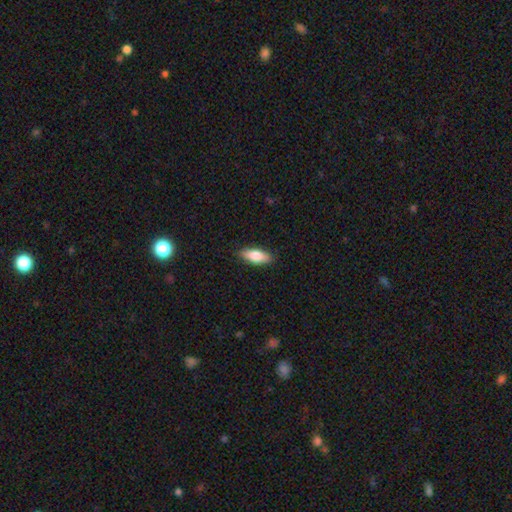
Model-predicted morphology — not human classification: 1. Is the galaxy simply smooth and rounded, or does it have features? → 78% smooth, 16% featured or disk, 6% star or artifact.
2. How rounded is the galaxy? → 73% in between, 24% cigar-shaped, 2% round.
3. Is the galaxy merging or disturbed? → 88% none, 9% minor disturbance, 2% major disturbance, 1% merger.